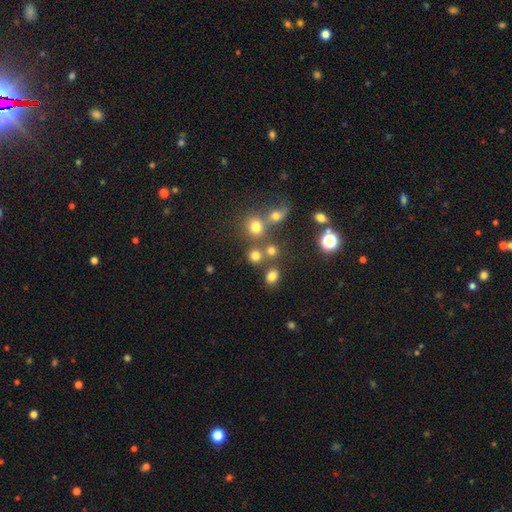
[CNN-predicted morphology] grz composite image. It shows a smooth galaxy with no disk features (73%) that is round (80%). Merging: none (63%).